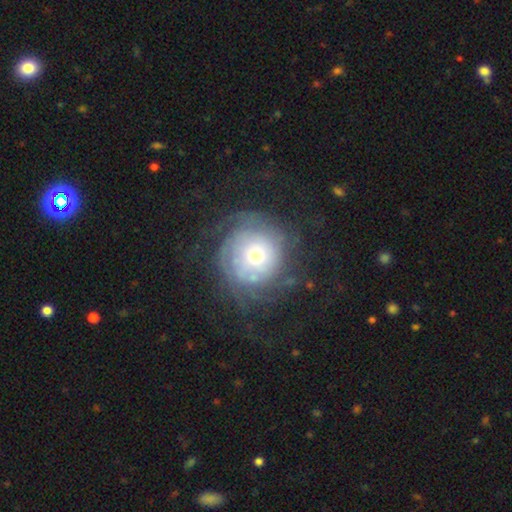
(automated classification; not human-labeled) This appears to be a featured or disk galaxy (61%) with no bar (85%), spiral arms (74%) and a moderate central bulge (55%). Merging: none (64%).